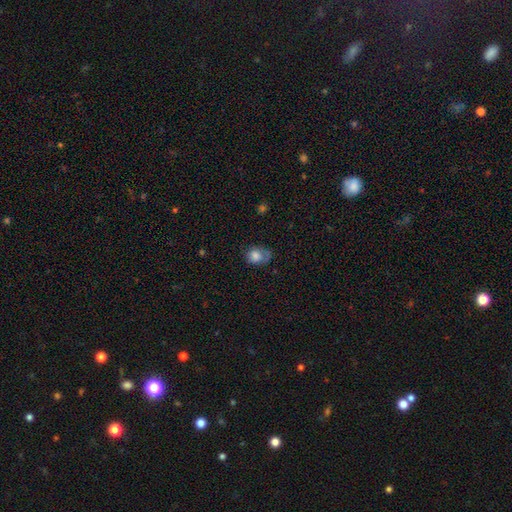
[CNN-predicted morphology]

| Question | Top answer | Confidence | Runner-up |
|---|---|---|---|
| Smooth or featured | smooth | 72% | featured or disk (19%) |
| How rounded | in between | 58% | round (41%) |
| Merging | none | 42% | minor disturbance (32%) |